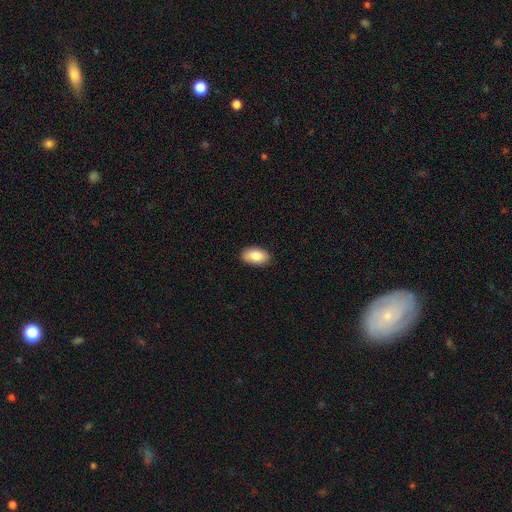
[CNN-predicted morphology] smooth-or-featured: smooth: 86% | featured or disk: 8% | star or artifact: 7%
  how-rounded: in between: 94% | round: 4% | cigar-shaped: 2%
  merging: none: 88% | minor disturbance: 9% | major disturbance: 2% | merger: 1%